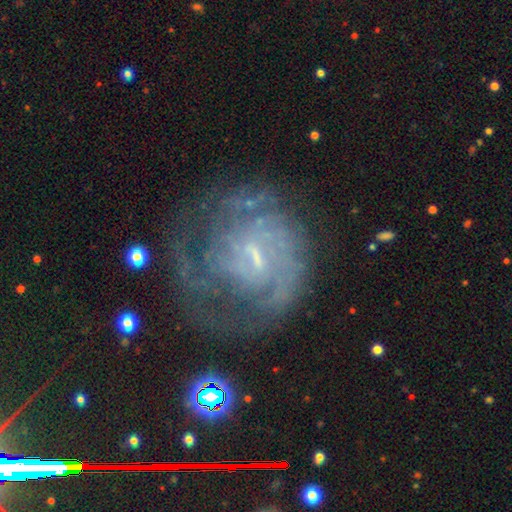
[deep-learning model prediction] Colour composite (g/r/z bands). It shows a featured or disk galaxy (77%) with a weak bar (57%), tight (55%) spiral arms (82%) and a small central bulge (52%). Merging: none (56%).